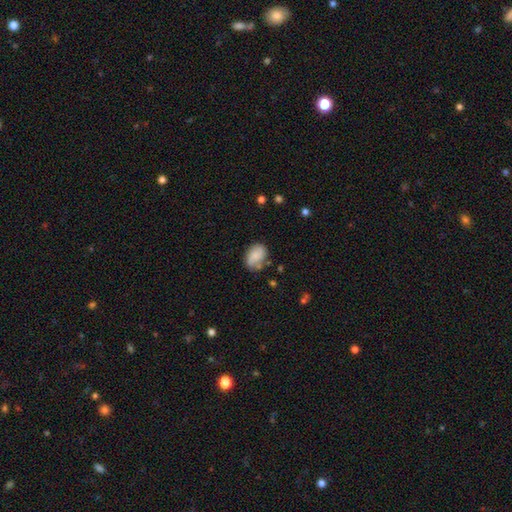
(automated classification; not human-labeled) This appears to be a smooth galaxy with no disk features (71%) that is in between round and cigar-shaped (76%). Merging: none (60%).